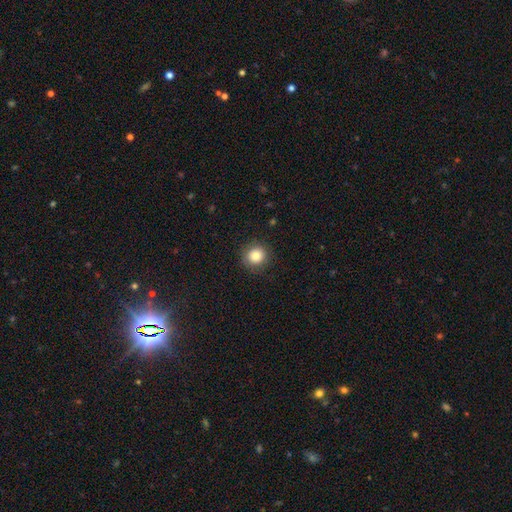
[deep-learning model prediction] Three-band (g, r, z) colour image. It shows a smooth galaxy with no disk features (86%) that is round (90%). Merging: none (88%).